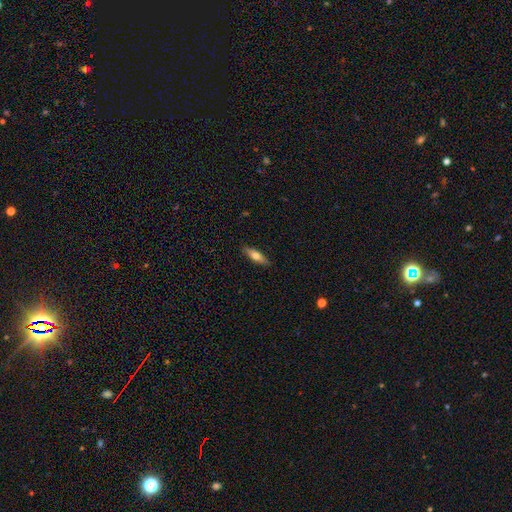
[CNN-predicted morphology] Smooth or featured: smooth — 60% (featured or disk — 33%)
How rounded: cigar-shaped — 62% (in between — 36%)
Merging: none — 87% (minor disturbance — 10%)